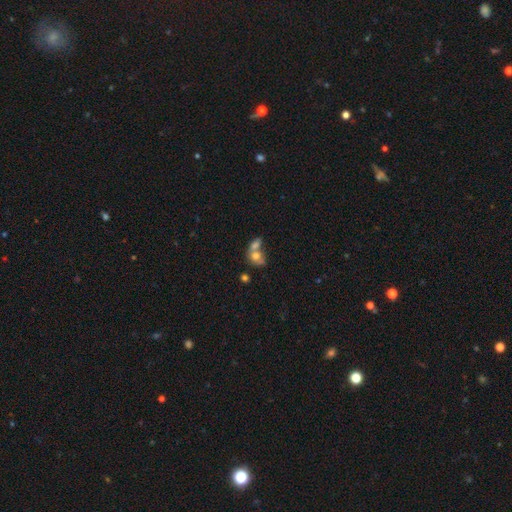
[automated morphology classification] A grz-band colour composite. It shows a smooth galaxy with no disk features (71%) that is in between round and cigar-shaped (65%). Merging: merger (65%).